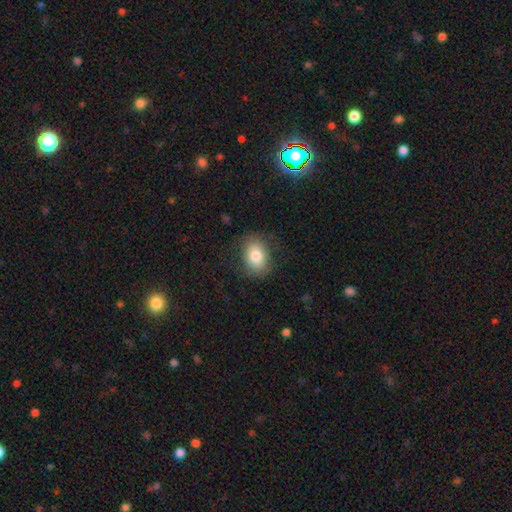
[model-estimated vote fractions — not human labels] smooth_or_featured: smooth (p=0.80) [alt: featured or disk p=0.12]
how_rounded: in between (p=0.67) [alt: round p=0.32]
merging: none (p=0.79) [alt: minor disturbance p=0.14]